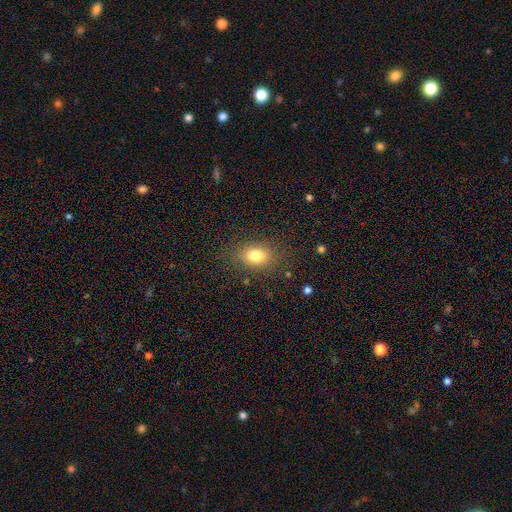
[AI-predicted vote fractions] This is likely a smooth galaxy (78%). How rounded: likely in between (70%). Merging: clearly none (83%).